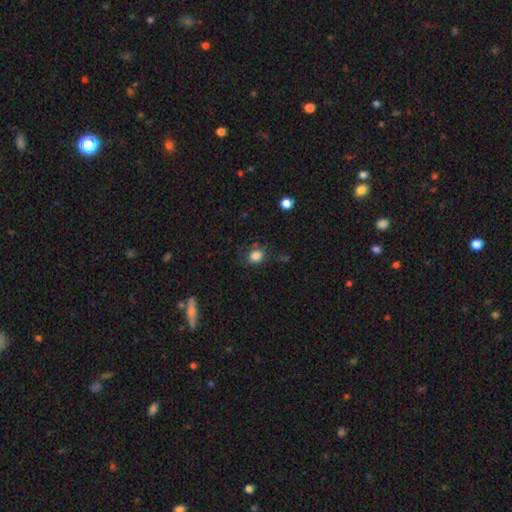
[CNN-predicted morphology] Smooth or featured: smooth — 84% (star or artifact — 11%)
How rounded: round — 67% (in between — 32%)
Merging: none — 74% (minor disturbance — 17%)